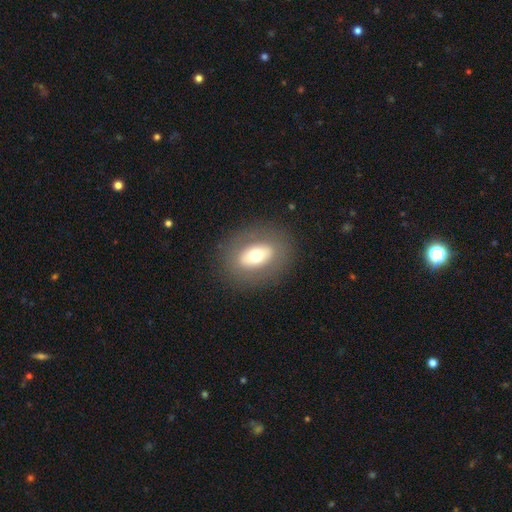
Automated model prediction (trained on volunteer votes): Smooth or featured? smooth (58%)
How rounded? in between (71%)
Merging? none (84%)